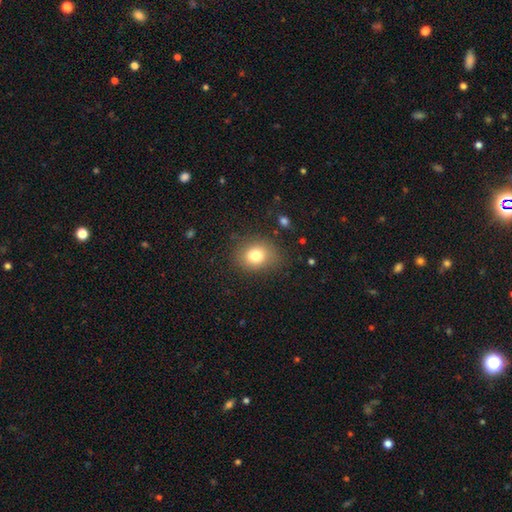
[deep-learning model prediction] Smooth or featured: smooth — 78% (star or artifact — 12%)
How rounded: round — 55% (in between — 44%)
Merging: none — 82% (minor disturbance — 12%)